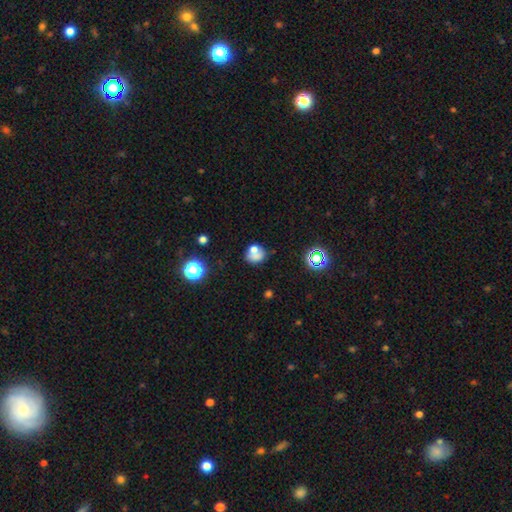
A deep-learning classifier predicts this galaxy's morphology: smooth 65%, featured or disk 19%, star or artifact 15%. Down the decision tree: how rounded — round (66%); merging — none (43%).